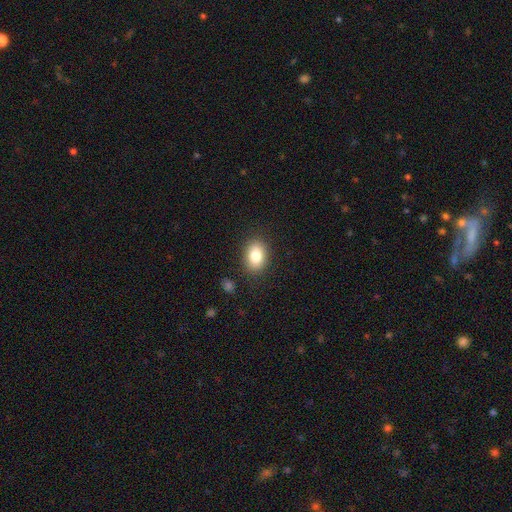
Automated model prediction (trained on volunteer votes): Morphology: type=smooth (83%); roundness=in between (77%); merging=none (86%).